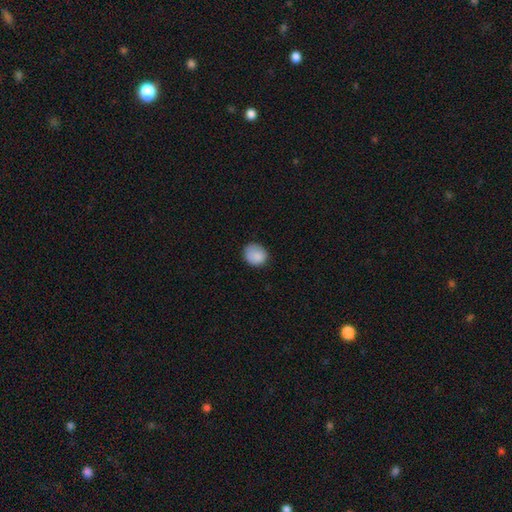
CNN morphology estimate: smooth_or_featured: smooth (p=0.86) [alt: star or artifact p=0.08]
how_rounded: round (p=0.74) [alt: in between p=0.25]
merging: none (p=0.75) [alt: minor disturbance p=0.19]